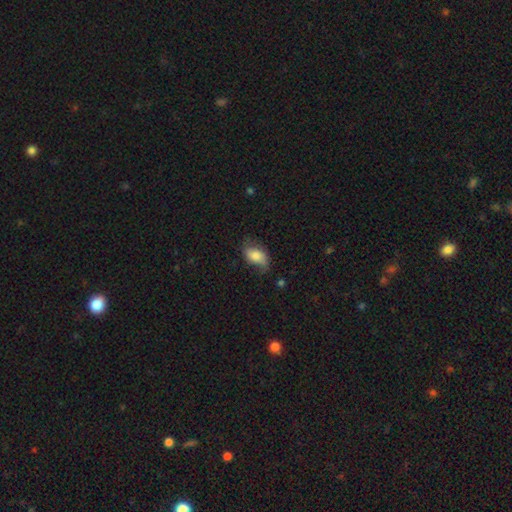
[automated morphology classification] A smooth galaxy with no disk features (69%) that is in between round and cigar-shaped (89%).

Vote fractions:
- Smooth or featured? smooth: 69% / featured or disk: 23% / star or artifact: 8%
- How rounded? in between: 89% / round: 8% / cigar-shaped: 2%
- Merging? none: 53% / minor disturbance: 32% / major disturbance: 13% / merger: 2%